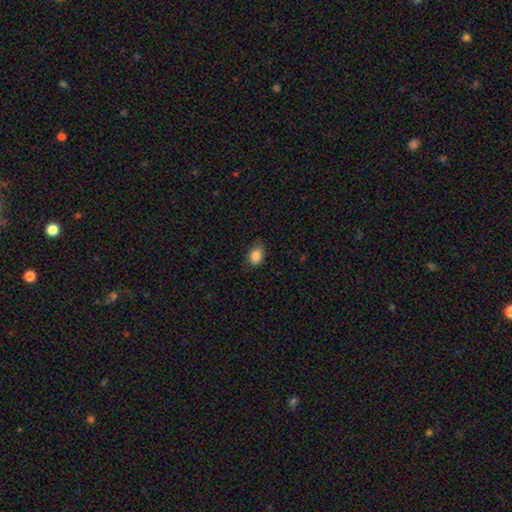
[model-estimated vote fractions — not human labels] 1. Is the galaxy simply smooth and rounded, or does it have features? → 86% smooth, 9% star or artifact, 5% featured or disk.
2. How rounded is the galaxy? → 69% in between, 30% round, 1% cigar-shaped.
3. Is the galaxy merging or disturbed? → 69% none, 25% minor disturbance, 5% major disturbance, 1% merger.